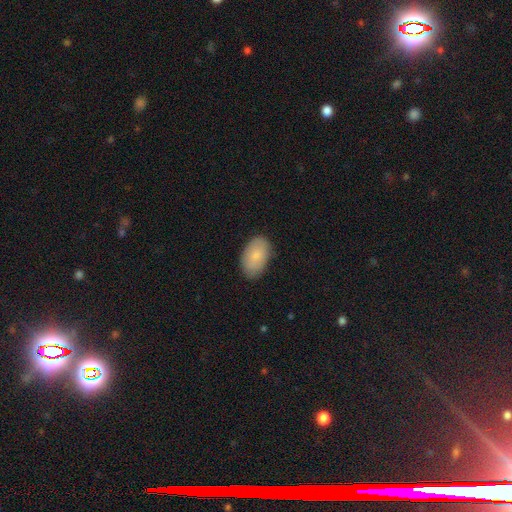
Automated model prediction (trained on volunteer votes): Q: Smooth or featured?
A: smooth (81%); runner-up: featured or disk (13%)
Q: How rounded?
A: in between (93%); runner-up: round (6%)
Q: Merging?
A: none (82%); runner-up: minor disturbance (14%)